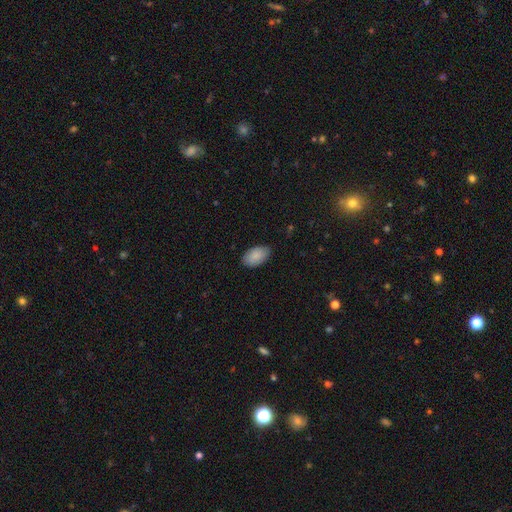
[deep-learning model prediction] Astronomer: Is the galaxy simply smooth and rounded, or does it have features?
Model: smooth — 88%.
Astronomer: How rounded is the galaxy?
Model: in between — 94%.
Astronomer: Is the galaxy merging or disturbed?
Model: none — 83%.